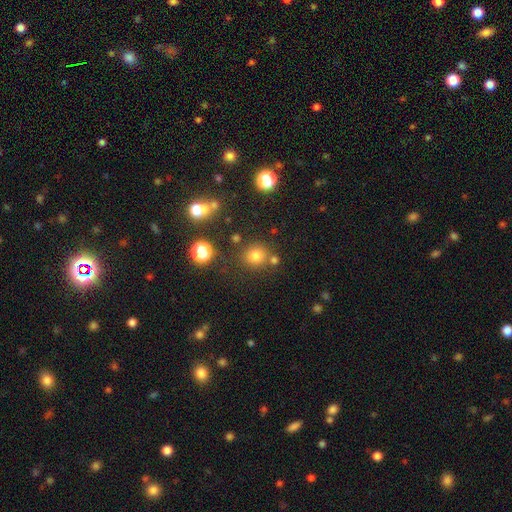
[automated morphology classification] Overall: smooth (75%). How rounded: round (89%). Merging: none (78%).